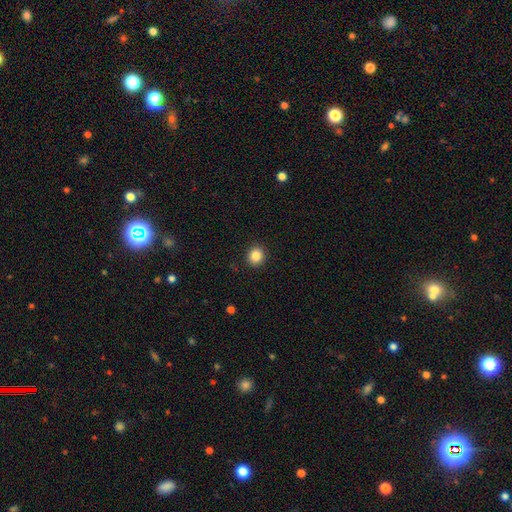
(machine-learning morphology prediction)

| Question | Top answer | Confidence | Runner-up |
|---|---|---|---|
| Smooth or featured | smooth | 85% | star or artifact (10%) |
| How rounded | round | 86% | in between (13%) |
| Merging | none | 91% | minor disturbance (6%) |